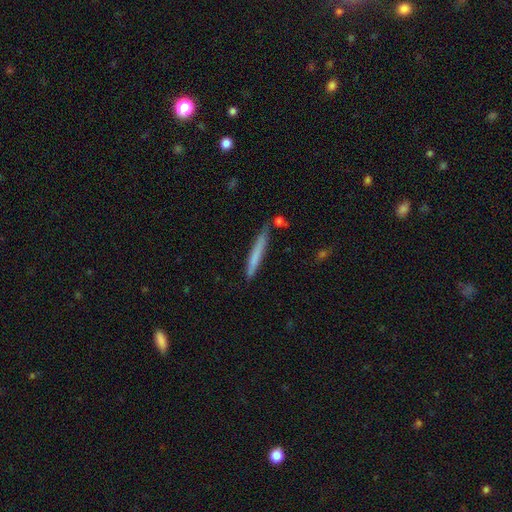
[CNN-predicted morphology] This appears to be a smooth galaxy with no disk features (68%) that is cigar-shaped (96%). Merging: none (78%).